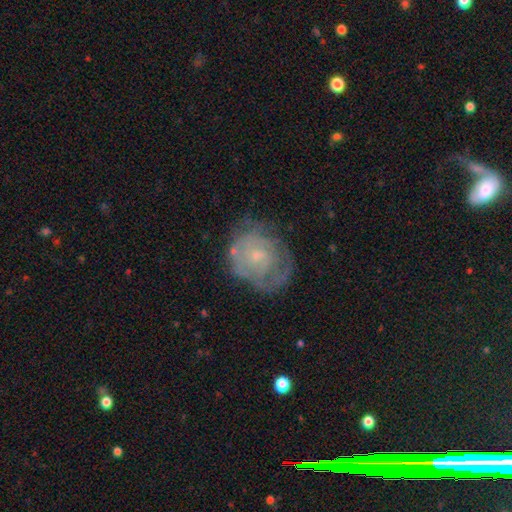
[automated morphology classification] A featured or disk galaxy (63%) with no bar (77%), spiral arms (67%) and a small central bulge (65%).

Vote fractions:
- Smooth or featured? featured or disk: 63% / smooth: 29% / star or artifact: 8%
- Edge-on disk? no: 97% / yes: 3%
- Bar? no: 77% / weak: 21% / strong: 3%
- Spiral arms? yes: 67% / no: 33%
- Bulge size? small: 65% / moderate: 24% / none: 8% / large: 2% / dominant: 1%
- Merging? none: 56% / minor disturbance: 25% / major disturbance: 16% / merger: 2%